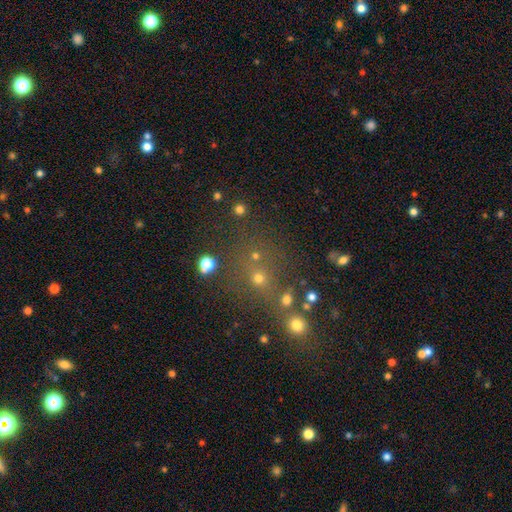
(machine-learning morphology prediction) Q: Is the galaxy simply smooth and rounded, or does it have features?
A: smooth — 59%.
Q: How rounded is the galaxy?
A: round — 84%.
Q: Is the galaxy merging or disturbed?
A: none — 65%.